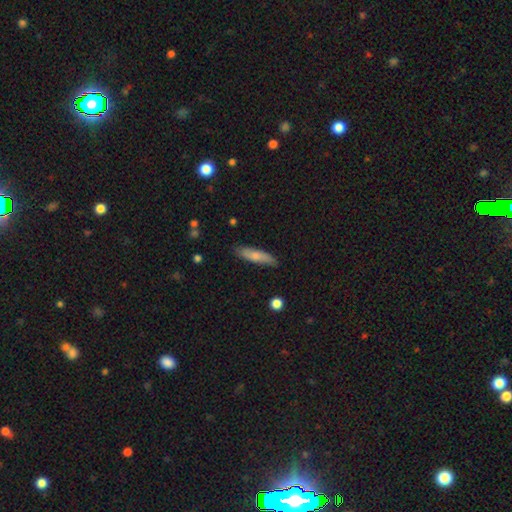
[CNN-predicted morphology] This is likely a smooth galaxy (71%). How rounded: likely cigar-shaped (67%). Merging: clearly none (82%).